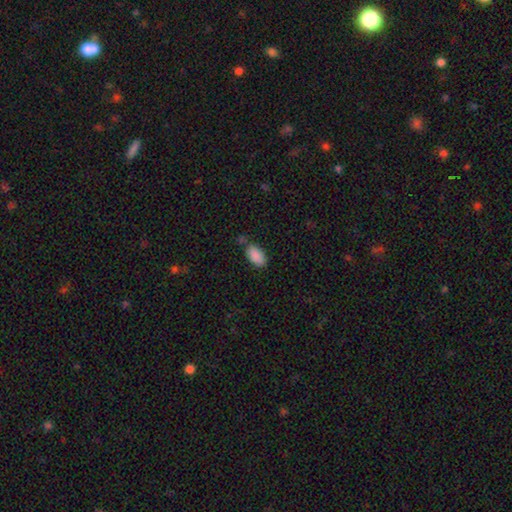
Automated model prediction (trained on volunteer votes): Smooth or featured? Predicted: smooth (p=0.89). How rounded? Predicted: in between (p=0.95). Merging? Predicted: none (p=0.72).